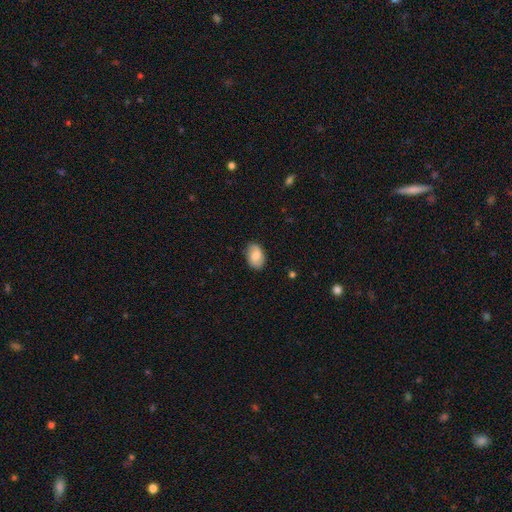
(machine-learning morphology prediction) Overall: smooth (74%). How rounded: in between (85%). Merging: none (81%).